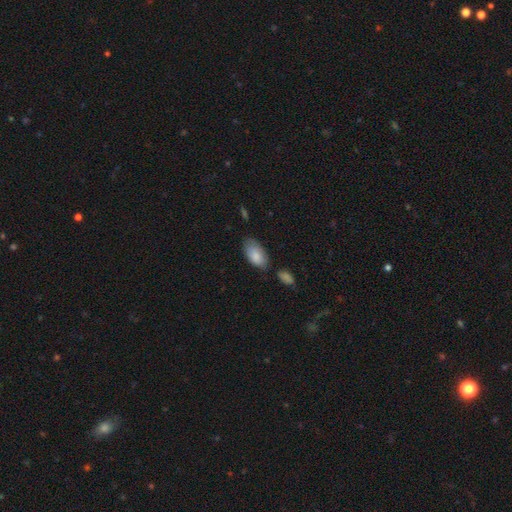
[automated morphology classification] Overall: smooth (85%). How rounded: in between (94%). Merging: none (61%; minor disturbance 25%).